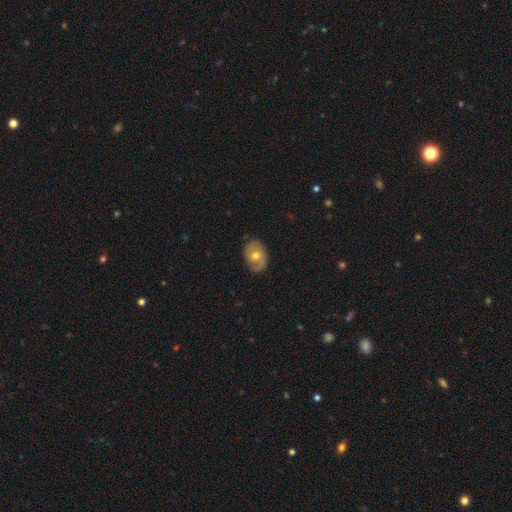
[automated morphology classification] smooth 50%, featured or disk 43%, star or artifact 7%. Down the decision tree: merging — none (76%).